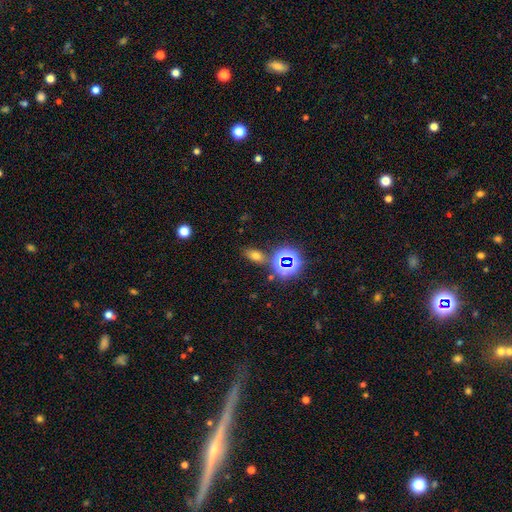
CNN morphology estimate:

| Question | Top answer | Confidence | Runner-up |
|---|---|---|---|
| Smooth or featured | smooth | 59% | star or artifact (31%) |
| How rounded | in between | 80% | round (17%) |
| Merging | none | 77% | minor disturbance (12%) |